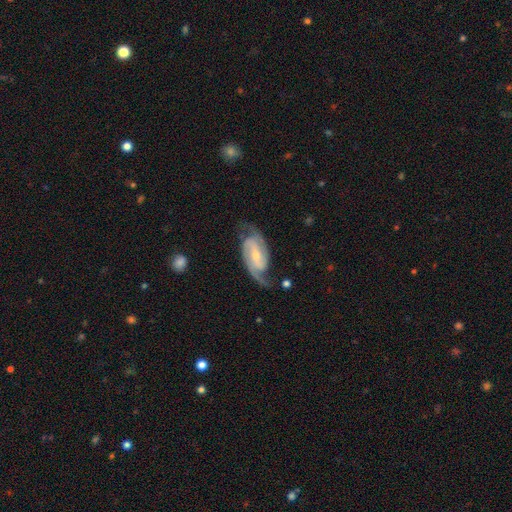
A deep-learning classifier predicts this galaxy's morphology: This is clearly a featured or disk galaxy (89%). It is clearly not viewed edge-on (96%). Bar: marginally weak (41%). Spiral arm pattern: clearly yes (97%). Spiral arm count: clearly 2 (88%). Spiral winding: possibly medium (50%). Central bulge: possibly small (58%). Merging: likely none (71%).